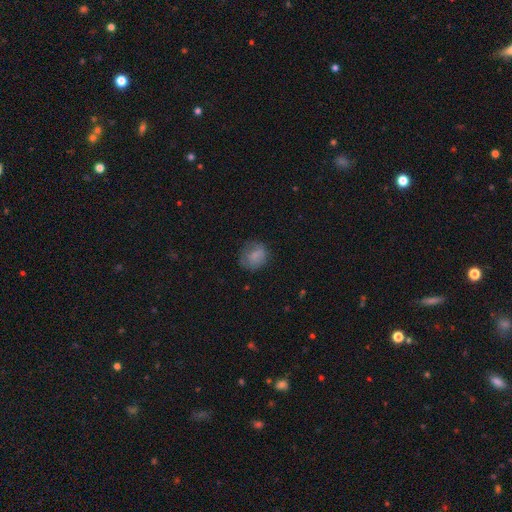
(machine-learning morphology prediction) smooth-or-featured: smooth: 74% | featured or disk: 16% | star or artifact: 11%
  how-rounded: round: 70% | in between: 29% | cigar-shaped: 1%
  merging: none: 62% | minor disturbance: 24% | major disturbance: 13% | merger: 2%